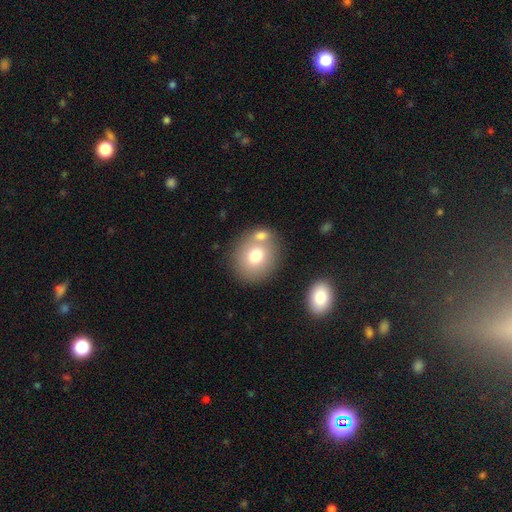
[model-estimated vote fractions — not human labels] This appears to be a smooth galaxy with no disk features (73%) that is round (73%). Merging: none (59%).